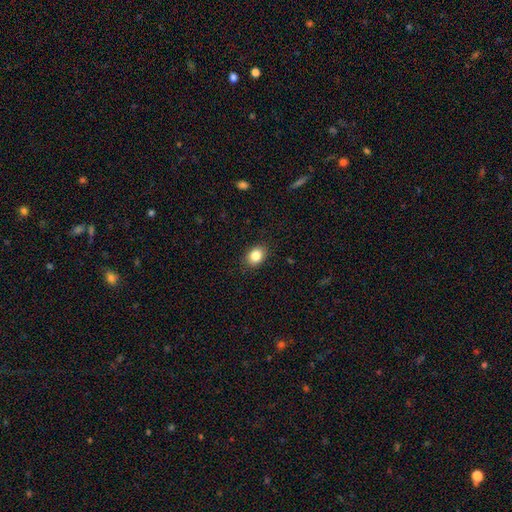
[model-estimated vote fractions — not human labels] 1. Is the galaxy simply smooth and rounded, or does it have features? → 85% smooth, 9% star or artifact, 6% featured or disk.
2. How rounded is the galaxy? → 63% in between, 36% round, 1% cigar-shaped.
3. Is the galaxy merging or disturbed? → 88% none, 9% minor disturbance, 2% major disturbance, 1% merger.